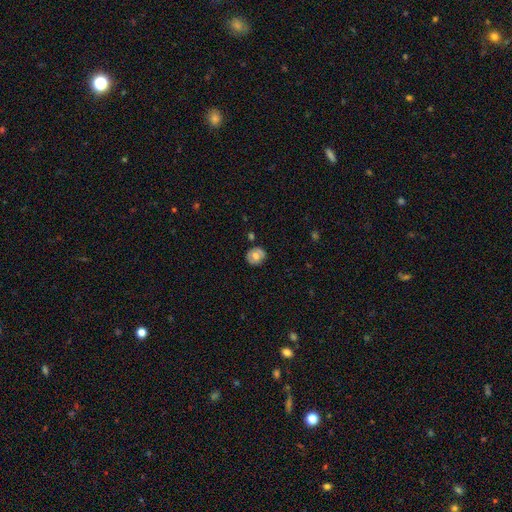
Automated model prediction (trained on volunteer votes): smooth_or_featured: smooth (p=0.58) [alt: featured or disk p=0.34]
how_rounded: round (p=0.82) [alt: in between p=0.17]
merging: none (p=0.82) [alt: minor disturbance p=0.13]